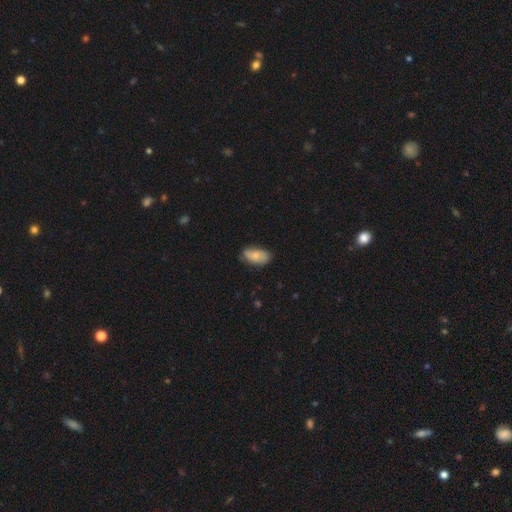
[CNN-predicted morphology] This appears to be a smooth galaxy with no disk features (69%) that is in between round and cigar-shaped (92%). Merging: none (70%).